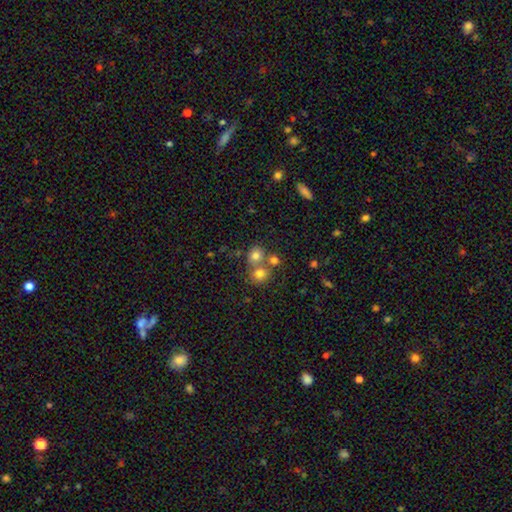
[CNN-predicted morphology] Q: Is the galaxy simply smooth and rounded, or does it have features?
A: smooth — 74%.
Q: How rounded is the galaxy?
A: round — 82%.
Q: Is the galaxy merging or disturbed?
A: none — 50%.